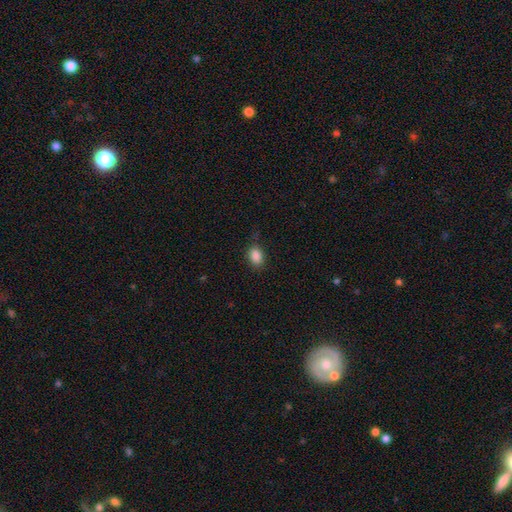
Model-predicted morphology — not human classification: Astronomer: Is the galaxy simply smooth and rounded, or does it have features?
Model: smooth — 88%.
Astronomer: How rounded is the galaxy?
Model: in between — 77%.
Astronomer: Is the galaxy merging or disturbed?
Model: none — 80%.